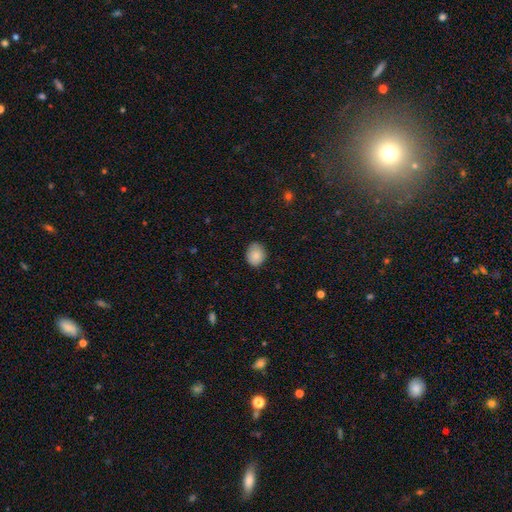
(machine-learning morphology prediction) type=smooth (84%); roundness=round (64%); merging=none (81%).